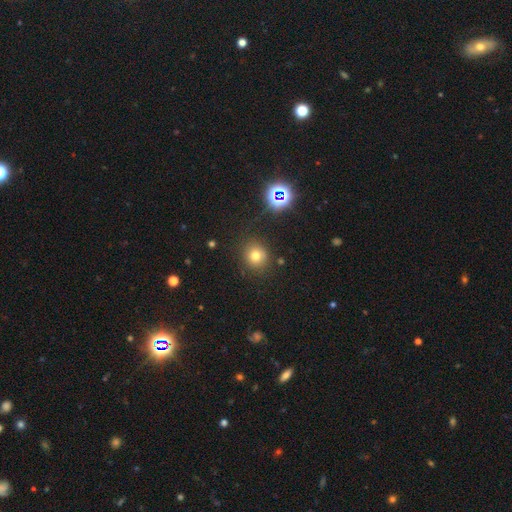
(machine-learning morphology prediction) Smooth or featured? smooth (71%)
How rounded? round (86%)
Merging? none (84%)